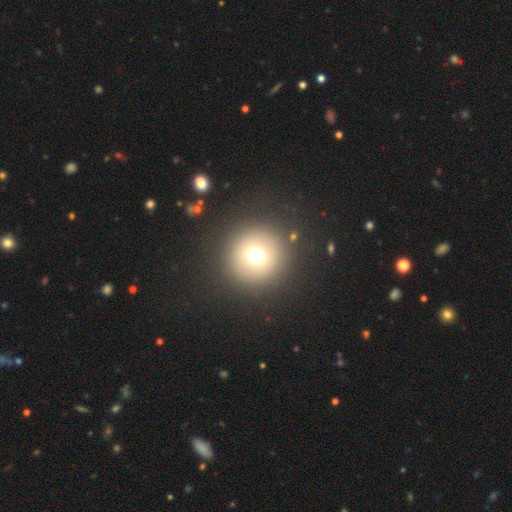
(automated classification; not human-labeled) This appears to be a smooth galaxy with no disk features (68%) that is round (95%). Merging: none (88%).